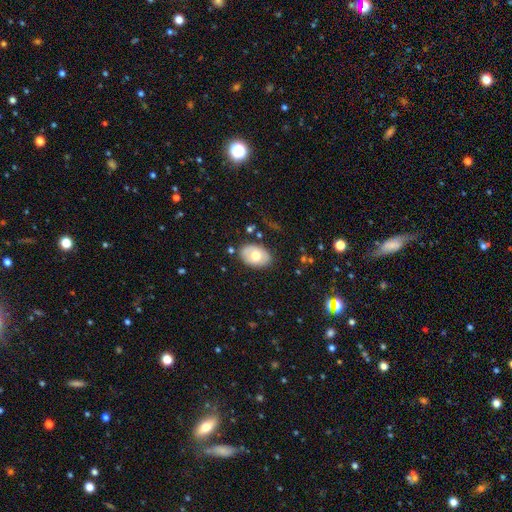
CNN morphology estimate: smooth_or_featured: smooth (p=0.64) [alt: featured or disk p=0.29]
how_rounded: in between (p=0.84) [alt: round p=0.15]
merging: none (p=0.81) [alt: minor disturbance p=0.13]